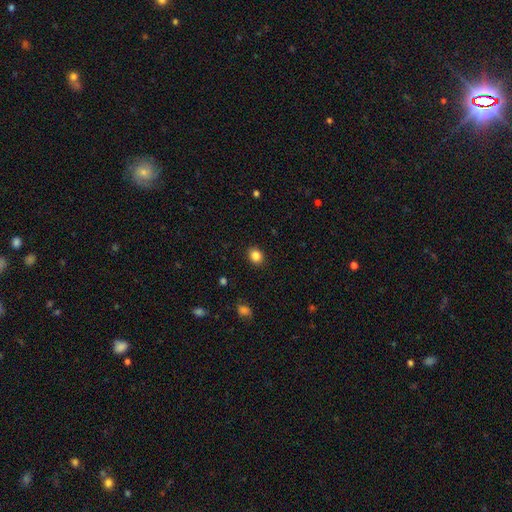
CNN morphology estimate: Smooth or featured? smooth (85%)
How rounded? round (56%)
Merging? none (90%)